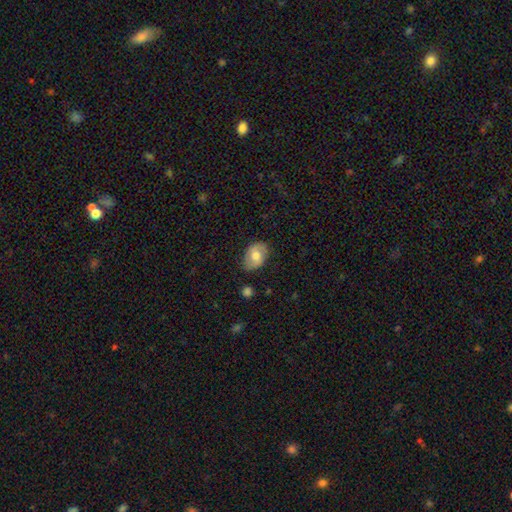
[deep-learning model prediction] Smooth or featured?
  - smooth: 65% *
  - featured or disk: 28%
  - star or artifact: 7%
How rounded?
  - in between: 80% *
  - round: 19%
  - cigar-shaped: 1%
Merging?
  - none: 75% *
  - minor disturbance: 19%
  - major disturbance: 4%
  - merger: 1%